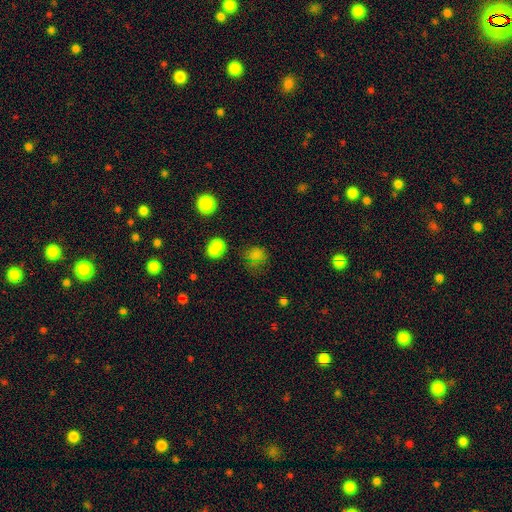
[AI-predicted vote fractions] A smooth galaxy with no disk features (71%) that is round (73%). Merging: none (55%).